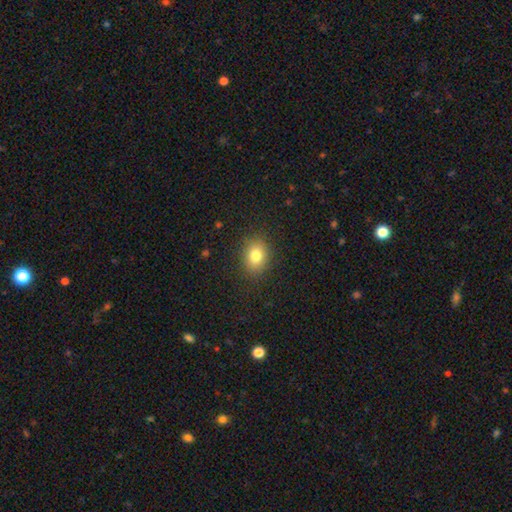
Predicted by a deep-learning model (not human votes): smooth 80%, star or artifact 12%, featured or disk 9%. Down the decision tree: how rounded — in between (50%); merging — none (87%).